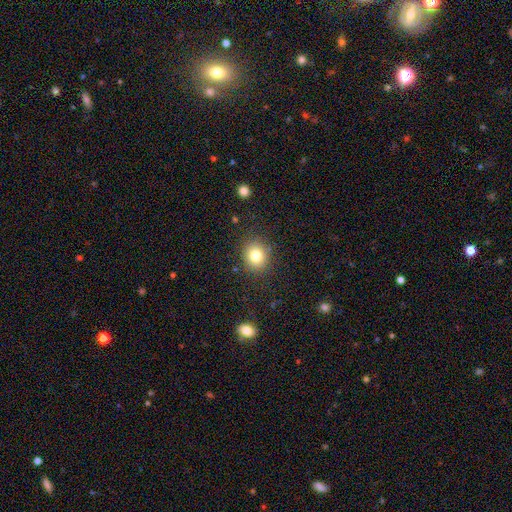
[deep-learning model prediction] Smooth or featured? Predicted: smooth (p=0.79). How rounded? Predicted: round (p=0.74). Merging? Predicted: none (p=0.86).